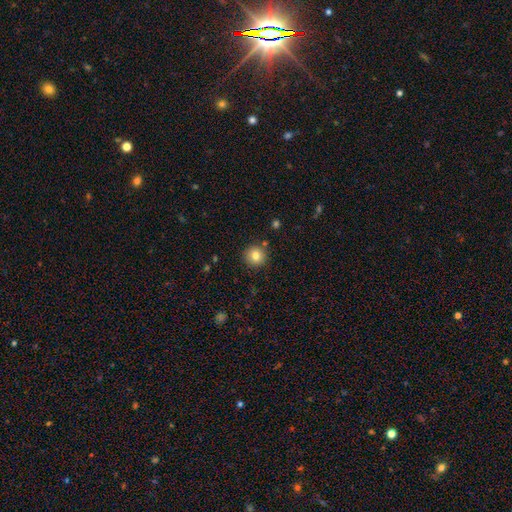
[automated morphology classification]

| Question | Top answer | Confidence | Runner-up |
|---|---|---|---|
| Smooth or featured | smooth | 81% | star or artifact (10%) |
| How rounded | round | 95% | in between (5%) |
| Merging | none | 89% | minor disturbance (7%) |